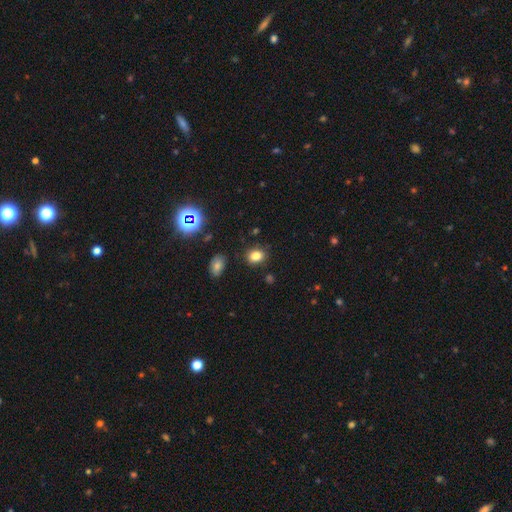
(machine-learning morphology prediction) Smooth or featured: smooth — 81% (star or artifact — 13%)
How rounded: in between — 51% (round — 48%)
Merging: none — 85% (minor disturbance — 10%)